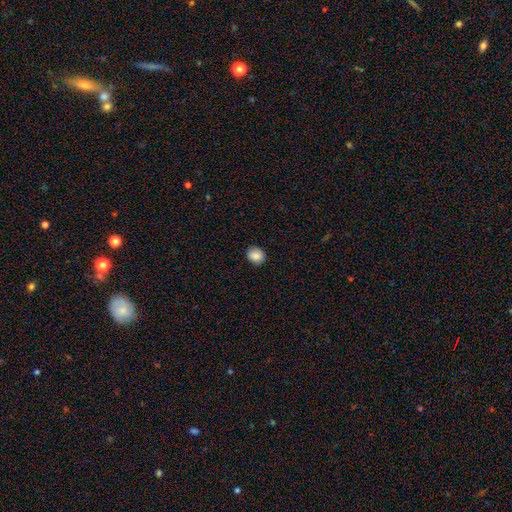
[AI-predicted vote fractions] This is clearly a smooth galaxy (87%). How rounded: likely round (73%). Merging: clearly none (89%).